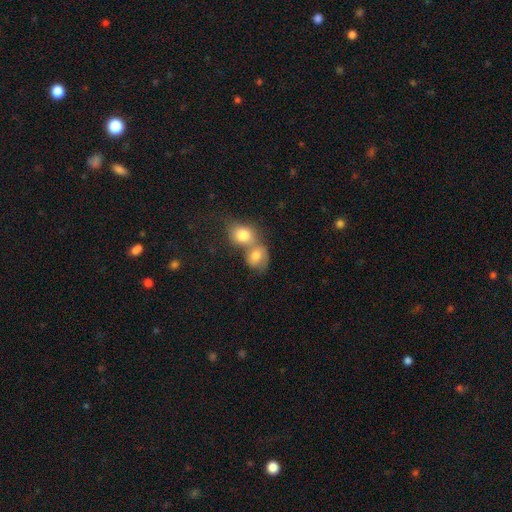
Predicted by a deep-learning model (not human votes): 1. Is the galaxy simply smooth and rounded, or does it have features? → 73% smooth, 18% featured or disk, 9% star or artifact.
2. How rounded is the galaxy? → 62% round, 37% in between, 1% cigar-shaped.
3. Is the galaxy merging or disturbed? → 66% merger, 22% none, 8% minor disturbance, 5% major disturbance.